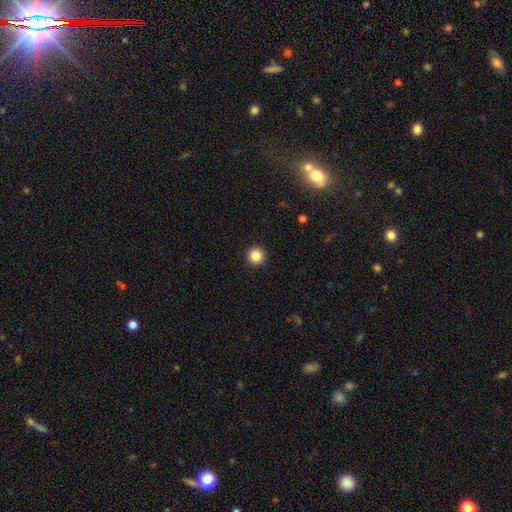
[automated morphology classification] Smooth or featured? smooth (86%)
How rounded? round (96%)
Merging? none (93%)